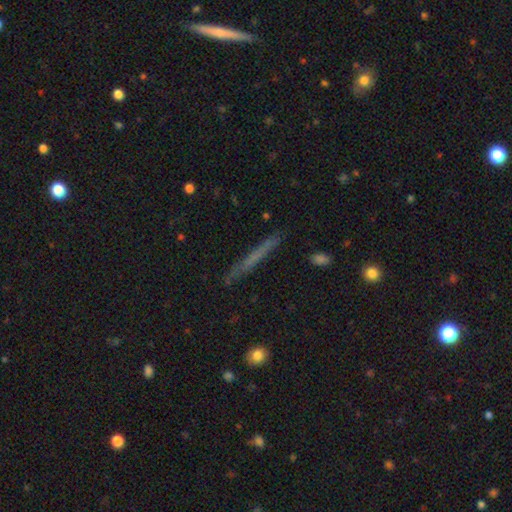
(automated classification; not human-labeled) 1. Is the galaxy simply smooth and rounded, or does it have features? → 47% smooth, 44% featured or disk, 8% star or artifact.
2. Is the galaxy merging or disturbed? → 87% none, 9% minor disturbance, 2% major disturbance, 2% merger.